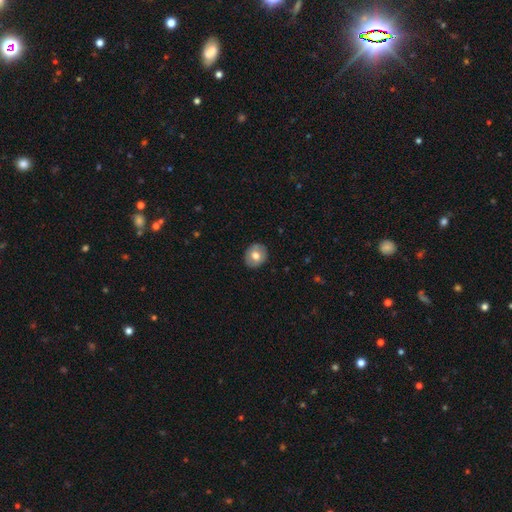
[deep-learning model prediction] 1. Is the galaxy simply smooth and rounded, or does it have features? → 69% smooth, 24% featured or disk, 7% star or artifact.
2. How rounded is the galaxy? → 76% round, 23% in between, 1% cigar-shaped.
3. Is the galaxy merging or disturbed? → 89% none, 9% minor disturbance, 2% major disturbance, 1% merger.